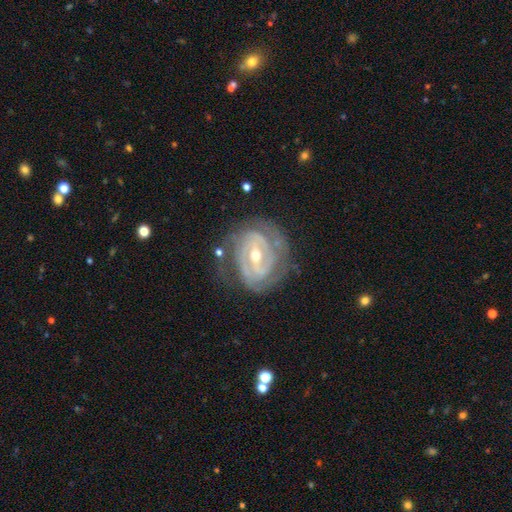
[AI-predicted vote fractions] smooth_or_featured: featured or disk (p=0.90) [alt: smooth p=0.06]
disk_edge_on: no (p=0.96) [alt: yes p=0.04]
bar: strong (p=0.43) [alt: weak p=0.41]
has_spiral_arms: yes (p=0.95) [alt: no p=0.05]
spiral_winding: tight (p=0.71) [alt: medium p=0.23]
spiral_arm_count: 2 (p=0.42) [alt: can't tell p=0.22]
bulge_size: moderate (p=0.50) [alt: small p=0.47]
merging: none (p=0.71) [alt: minor disturbance p=0.19]